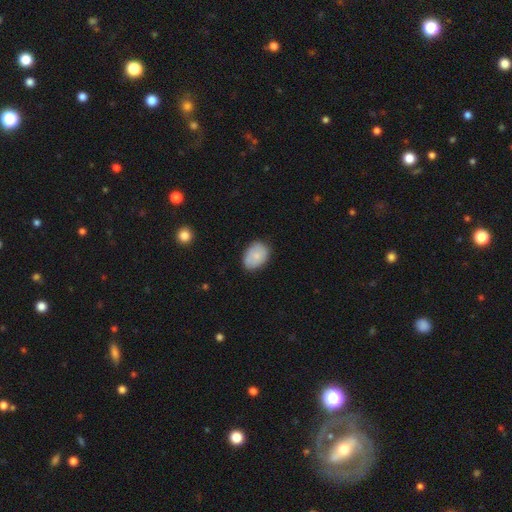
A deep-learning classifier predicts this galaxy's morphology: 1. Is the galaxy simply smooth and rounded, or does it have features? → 78% smooth, 15% featured or disk, 7% star or artifact.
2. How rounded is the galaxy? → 77% in between, 22% round, 1% cigar-shaped.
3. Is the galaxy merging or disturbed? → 77% none, 18% minor disturbance, 3% major disturbance, 2% merger.